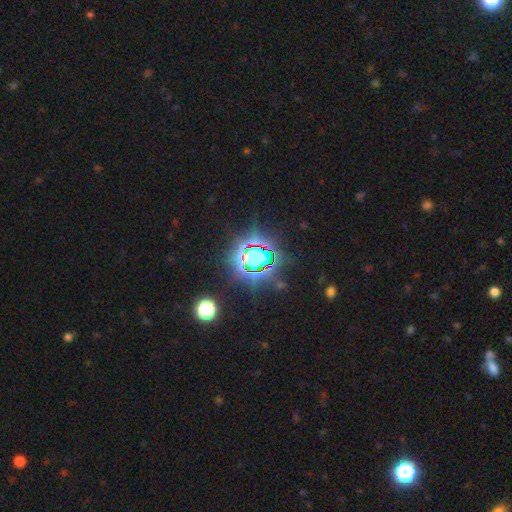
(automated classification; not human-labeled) A star or artifact, not a galaxy (74%).

Vote fractions:
- Smooth or featured? star or artifact: 74% / smooth: 16% / featured or disk: 11%